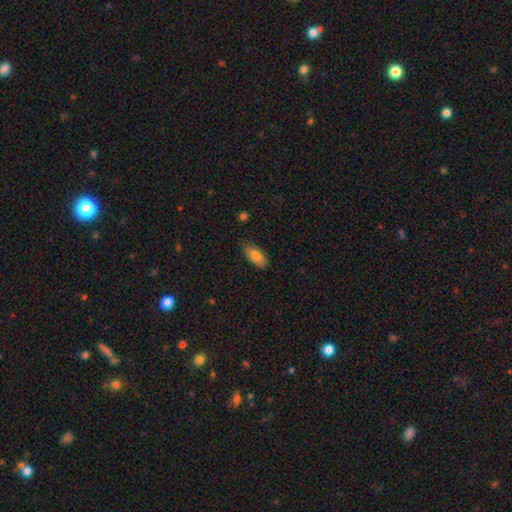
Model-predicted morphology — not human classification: This is clearly a smooth galaxy (80%). How rounded: clearly in between (86%). Merging: likely none (78%).